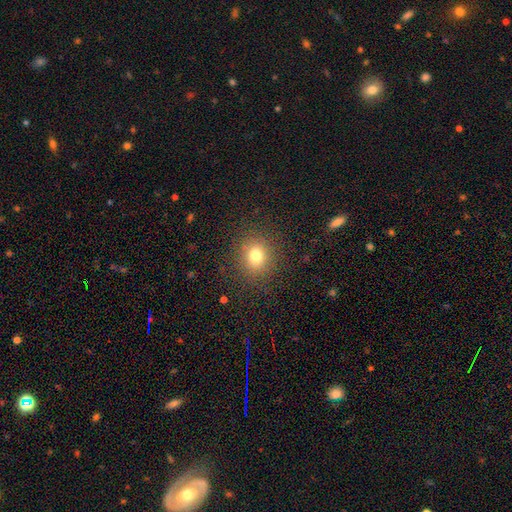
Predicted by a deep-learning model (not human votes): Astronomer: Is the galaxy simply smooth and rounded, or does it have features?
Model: smooth — 78%.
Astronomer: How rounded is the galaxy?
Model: round — 75%.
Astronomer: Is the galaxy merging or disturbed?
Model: none — 87%.